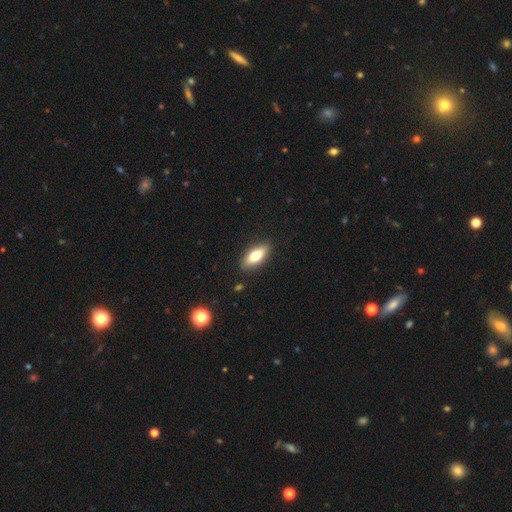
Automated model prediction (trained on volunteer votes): smooth_or_featured: smooth (p=0.69) [alt: featured or disk p=0.24]
how_rounded: in between (p=0.75) [alt: cigar-shaped p=0.22]
merging: none (p=0.87) [alt: minor disturbance p=0.09]